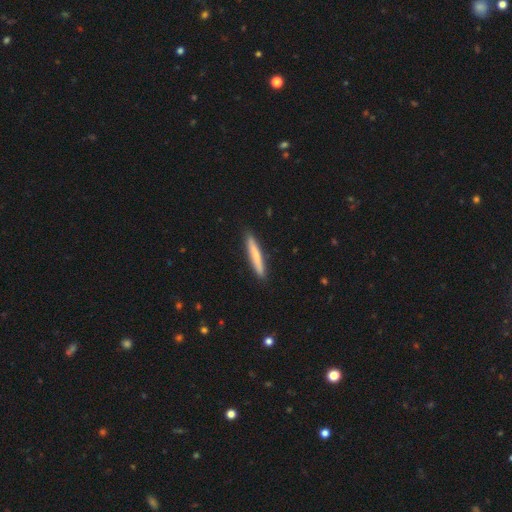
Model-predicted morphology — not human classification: type=smooth (68%); roundness=cigar-shaped (94%); merging=none (91%).